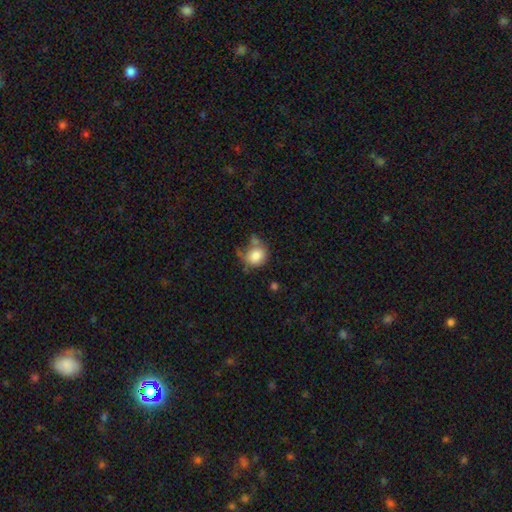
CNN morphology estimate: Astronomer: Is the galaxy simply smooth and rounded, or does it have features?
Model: smooth — 81%.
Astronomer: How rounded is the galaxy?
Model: round — 63%.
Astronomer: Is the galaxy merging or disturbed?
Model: none — 45% (runner-up: minor disturbance, 24%).